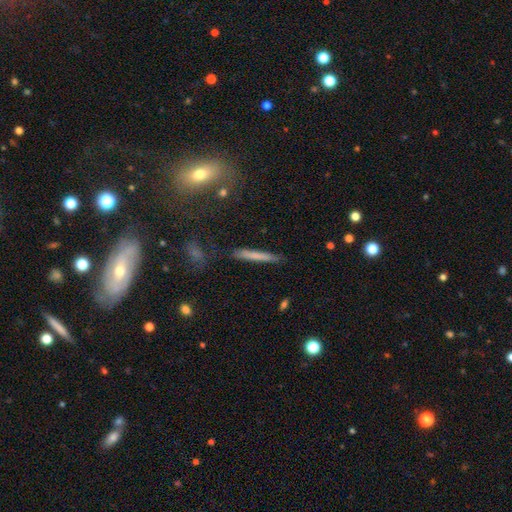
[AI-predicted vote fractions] Q: Smooth or featured?
A: smooth (67%); runner-up: featured or disk (26%)
Q: How rounded?
A: cigar-shaped (95%); runner-up: in between (3%)
Q: Merging?
A: none (85%); runner-up: minor disturbance (10%)